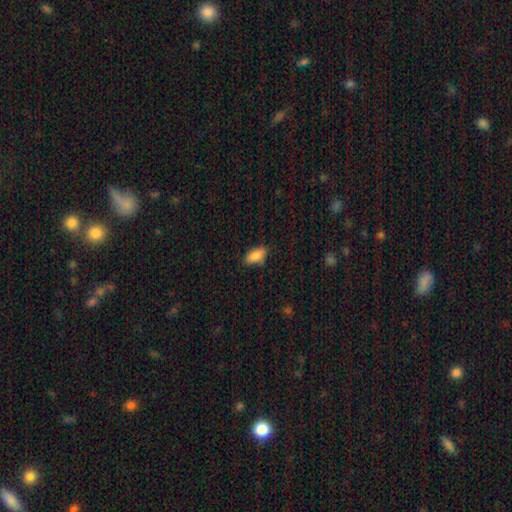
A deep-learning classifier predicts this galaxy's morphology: Smooth or featured? Predicted: smooth (p=0.87). How rounded? Predicted: in between (p=0.89). Merging? Predicted: none (p=0.76).